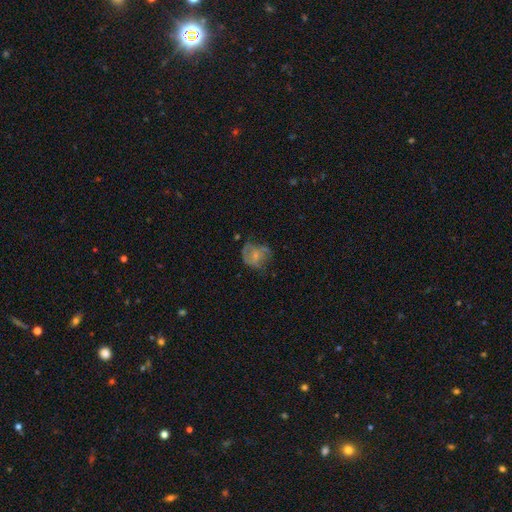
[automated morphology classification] This appears to be a featured or disk galaxy (47%). Merging: none (47%).